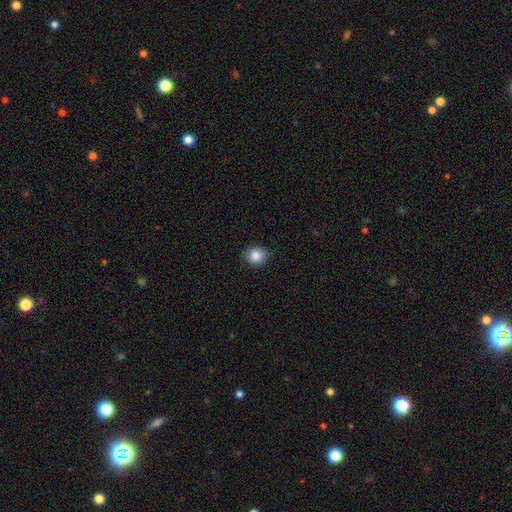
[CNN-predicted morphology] type=smooth (87%); roundness=round (76%); merging=none (87%).